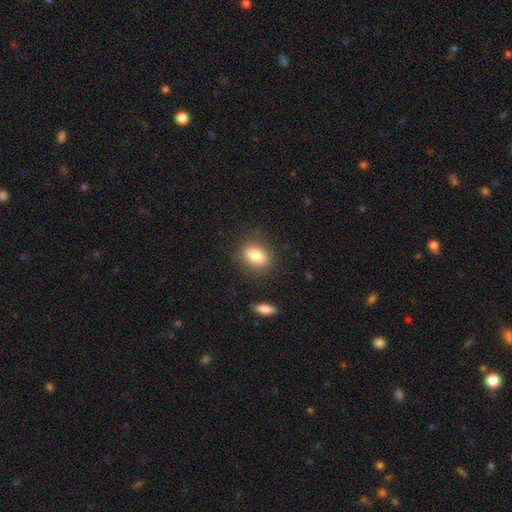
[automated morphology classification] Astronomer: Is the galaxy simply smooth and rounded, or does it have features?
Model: smooth — 82%.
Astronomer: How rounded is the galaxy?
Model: in between — 76%.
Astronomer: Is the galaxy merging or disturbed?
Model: none — 80%.